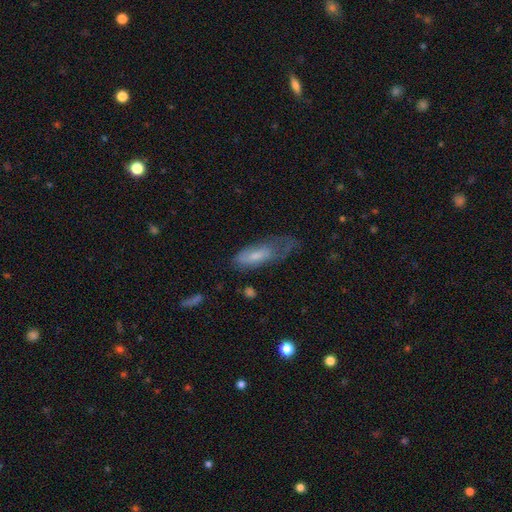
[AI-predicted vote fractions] smooth-or-featured: smooth: 60% | featured or disk: 32% | star or artifact: 8%
  how-rounded: in between: 67% | cigar-shaped: 30% | round: 2%
  merging: major disturbance: 38% | minor disturbance: 30% | none: 29% | merger: 3%